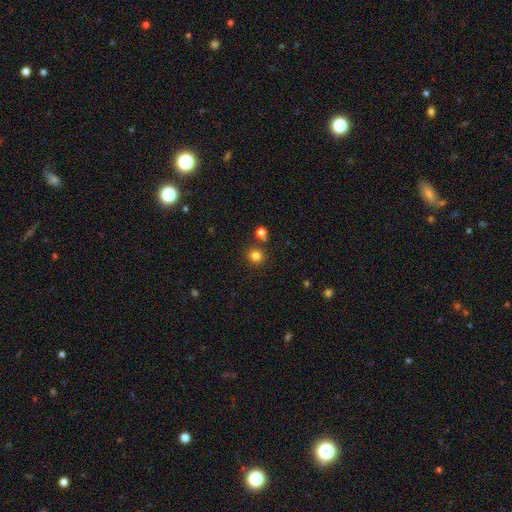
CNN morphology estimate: smooth_or_featured: smooth (p=0.81) [alt: star or artifact p=0.14]
how_rounded: round (p=0.91) [alt: in between p=0.08]
merging: none (p=0.79) [alt: merger p=0.11]